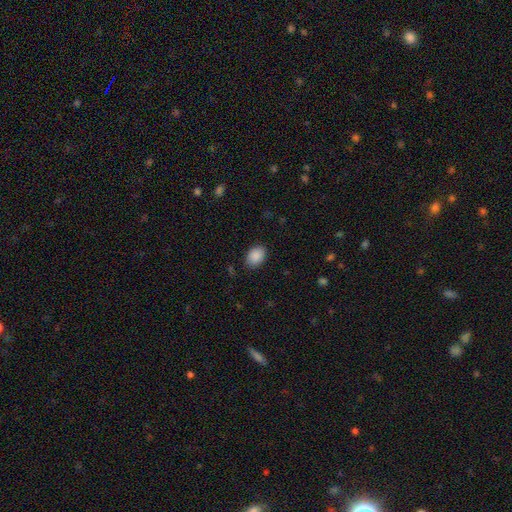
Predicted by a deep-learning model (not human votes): smooth_or_featured: smooth (p=0.90) [alt: star or artifact p=0.07]
how_rounded: in between (p=0.77) [alt: round p=0.23]
merging: none (p=0.86) [alt: minor disturbance p=0.10]